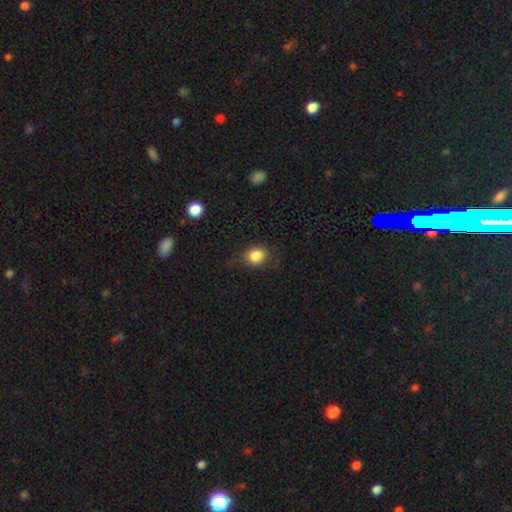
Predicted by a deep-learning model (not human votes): This is clearly a smooth galaxy (84%). How rounded: likely round (71%). Merging: likely none (75%).